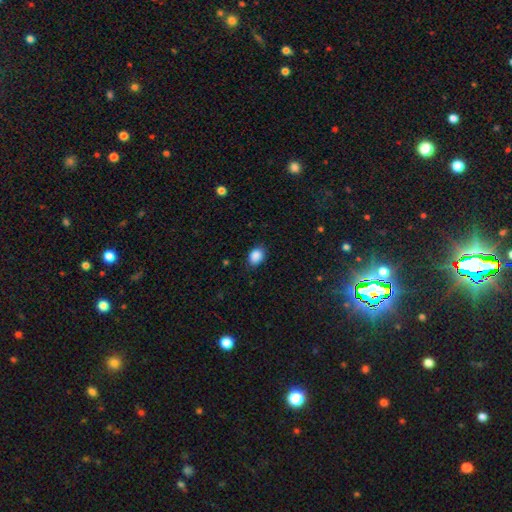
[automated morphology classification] The model was most divided on "how rounded": in between: 66%, round: 33%, cigar-shaped: 1%. More confident: smooth or featured — smooth (88%); merging — none (82%).